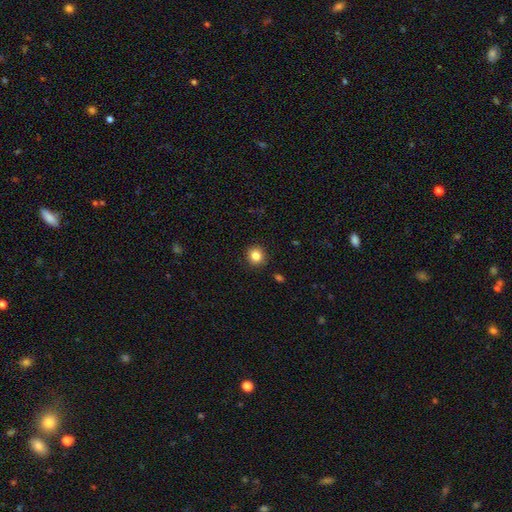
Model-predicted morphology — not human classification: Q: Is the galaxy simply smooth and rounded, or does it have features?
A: smooth — 85%.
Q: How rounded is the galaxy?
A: round — 91%.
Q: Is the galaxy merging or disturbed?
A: none — 92%.